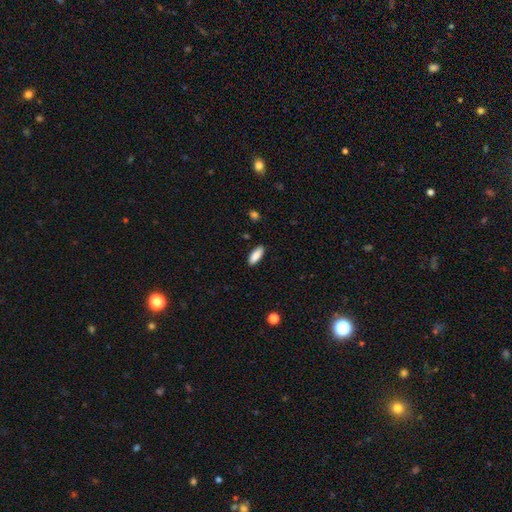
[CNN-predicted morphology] Smooth or featured? smooth (88%)
How rounded? in between (68%)
Merging? none (88%)